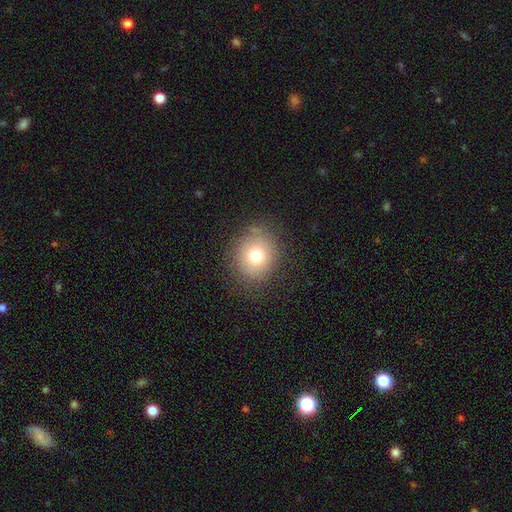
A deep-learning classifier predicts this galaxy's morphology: Overall: smooth (75%). How rounded: round (79%). Merging: none (81%).